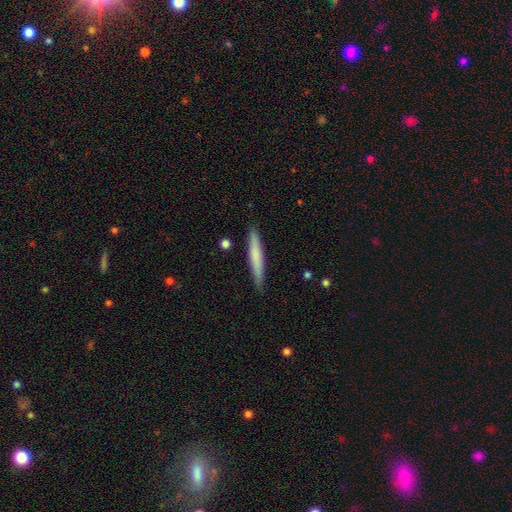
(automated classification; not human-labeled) Smooth or featured: smooth — 69% (featured or disk — 26%)
How rounded: cigar-shaped — 95% (in between — 4%)
Merging: none — 87% (minor disturbance — 10%)